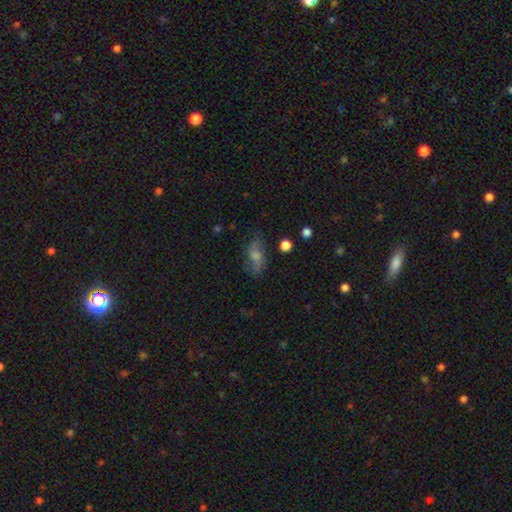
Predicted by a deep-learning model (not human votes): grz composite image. It shows a featured or disk galaxy (51%). Merging: none (76%).